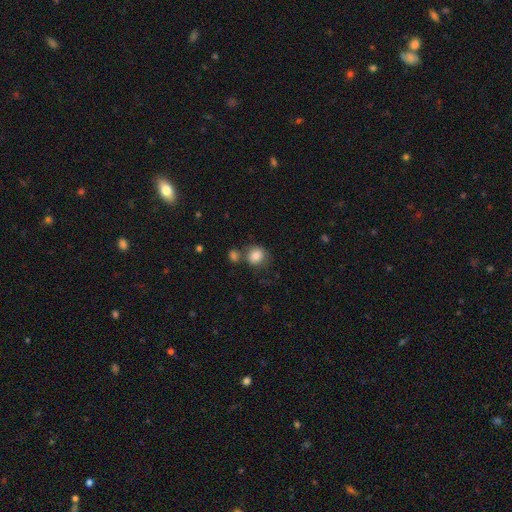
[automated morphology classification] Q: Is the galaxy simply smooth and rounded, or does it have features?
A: smooth — 84%.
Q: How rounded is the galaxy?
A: round — 79%.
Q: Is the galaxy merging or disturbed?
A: none — 60%.